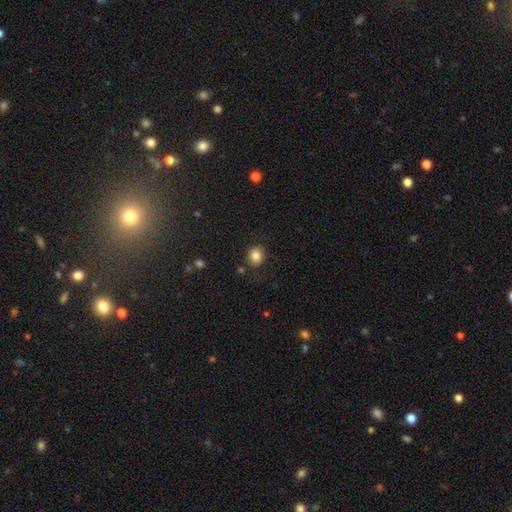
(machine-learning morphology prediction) A smooth galaxy with no disk features (84%) that is round (78%).

Vote fractions:
- Smooth or featured? smooth: 84% / star or artifact: 11% / featured or disk: 6%
- How rounded? round: 78% / in between: 21% / cigar-shaped: 1%
- Merging? none: 84% / minor disturbance: 10% / major disturbance: 3% / merger: 2%